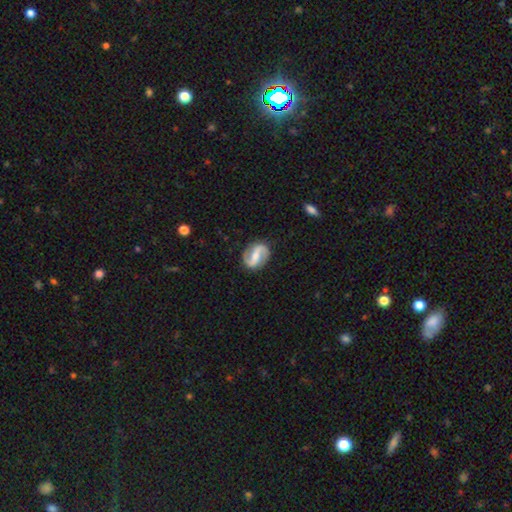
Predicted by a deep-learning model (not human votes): This is clearly a featured or disk galaxy (85%). It is clearly not viewed edge-on (97%). Bar: possibly strong (50%). Spiral arm pattern: clearly yes (95%). Spiral arm count: clearly 2 (93%). Spiral winding: possibly loose (46%). Central bulge: marginally moderate (45%, tied with small). Merging: clearly none (85%).